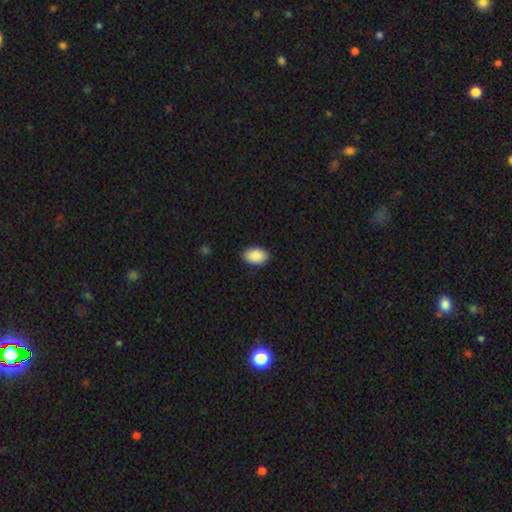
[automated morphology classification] Smooth or featured? Predicted: smooth (p=0.91). How rounded? Predicted: in between (p=0.91). Merging? Predicted: none (p=0.89).